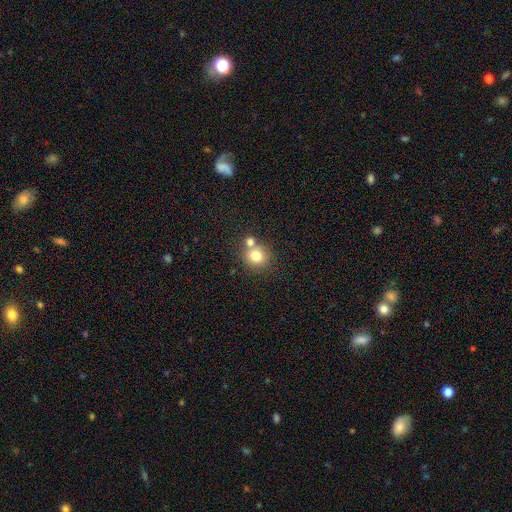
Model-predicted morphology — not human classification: Smooth or featured? smooth (77%)
How rounded? round (86%)
Merging? none (58%)